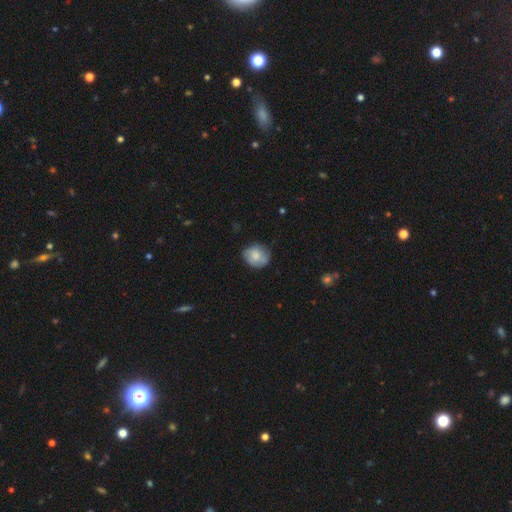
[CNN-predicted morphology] This is likely a smooth galaxy (67%). How rounded: likely round (70%). Merging: likely none (74%).